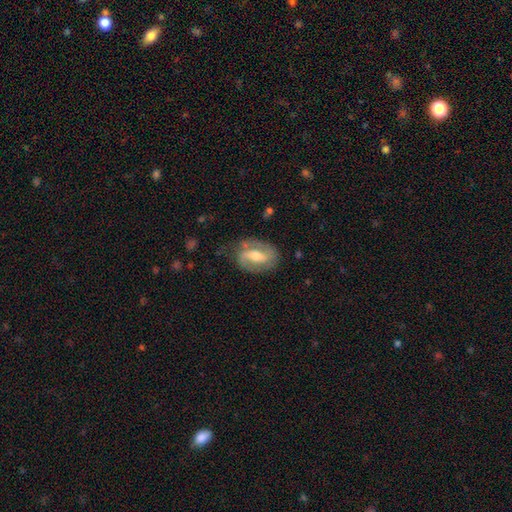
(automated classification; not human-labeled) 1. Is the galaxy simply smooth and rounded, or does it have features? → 79% featured or disk, 15% smooth, 5% star or artifact.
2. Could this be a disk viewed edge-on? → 96% no, 4% yes.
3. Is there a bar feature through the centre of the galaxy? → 45% strong, 38% weak, 17% no.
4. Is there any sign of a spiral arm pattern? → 88% yes, 12% no.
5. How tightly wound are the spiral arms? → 47% medium, 26% tight, 26% loose.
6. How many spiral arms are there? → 84% 2, 7% 1, 6% can't tell, 1% 3, 1% 4, 1% more than 4.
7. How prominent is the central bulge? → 64% moderate, 28% small, 5% large, 1% none, 1% dominant.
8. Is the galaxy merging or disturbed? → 74% none, 18% minor disturbance, 7% major disturbance, 1% merger.